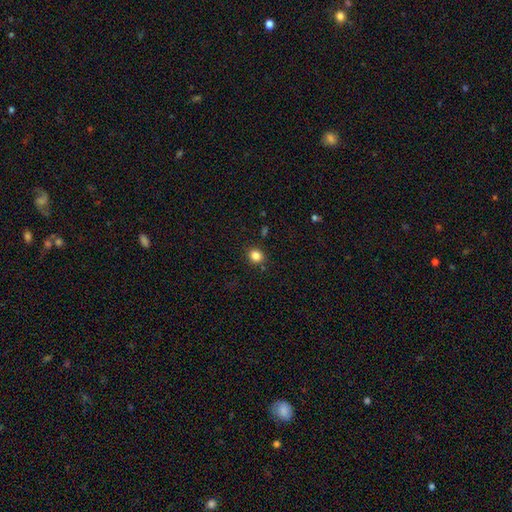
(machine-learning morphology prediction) smooth-or-featured: smooth: 84% | star or artifact: 12% | featured or disk: 4%
  how-rounded: round: 74% | in between: 25% | cigar-shaped: 1%
  merging: none: 87% | minor disturbance: 8% | merger: 3% | major disturbance: 2%